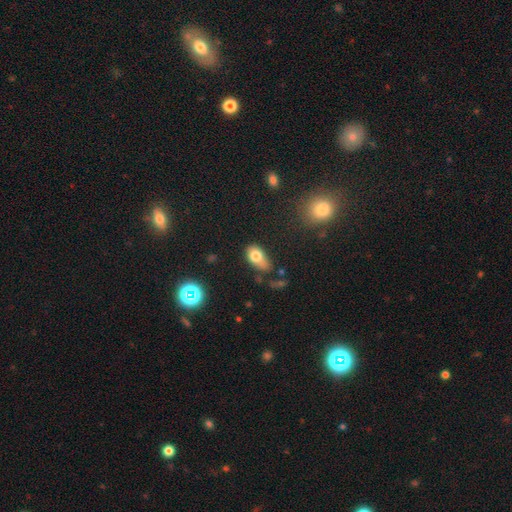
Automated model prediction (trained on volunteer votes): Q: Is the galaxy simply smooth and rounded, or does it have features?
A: smooth — 77%.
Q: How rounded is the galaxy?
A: in between — 87%.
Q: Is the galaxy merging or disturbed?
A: none — 43%.